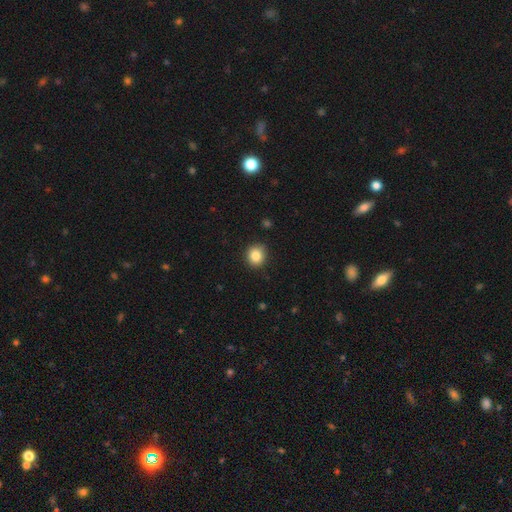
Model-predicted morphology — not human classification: Overall: smooth (85%). How rounded: round (84%). Merging: none (87%).